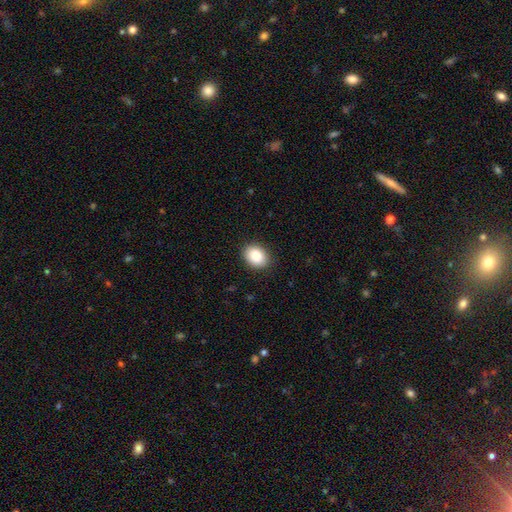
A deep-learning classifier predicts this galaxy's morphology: Smooth or featured: smooth — 86% (star or artifact — 8%)
How rounded: in between — 59% (round — 40%)
Merging: none — 89% (minor disturbance — 8%)